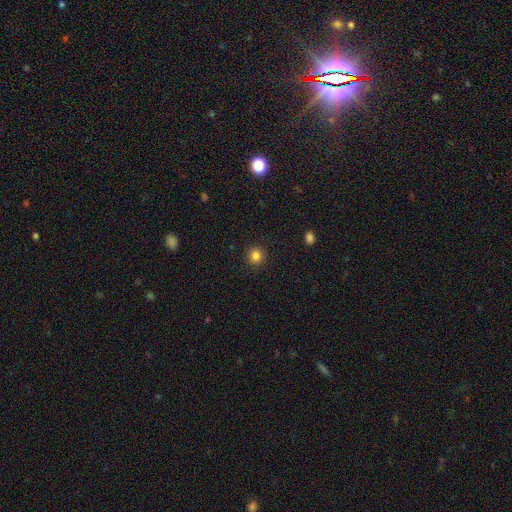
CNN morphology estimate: A smooth galaxy with no disk features (84%) that is round (93%).

Vote fractions:
- Smooth or featured? smooth: 84% / star or artifact: 12% / featured or disk: 4%
- How rounded? round: 93% / in between: 6% / cigar-shaped: 1%
- Merging? none: 91% / minor disturbance: 6% / major disturbance: 2% / merger: 1%